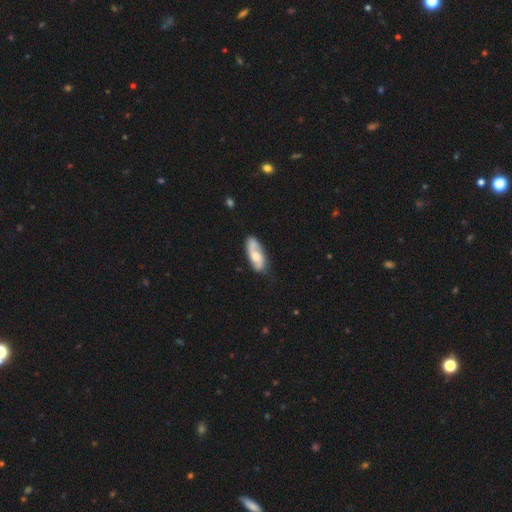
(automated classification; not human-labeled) Q: Smooth or featured?
A: featured or disk (59%); runner-up: smooth (35%)
Q: Edge-on disk?
A: no (89%); runner-up: yes (11%)
Q: Bar?
A: no (59%); runner-up: weak (34%)
Q: Spiral arms?
A: yes (89%); runner-up: no (11%)
Q: Bulge size?
A: moderate (54%); runner-up: small (23%)
Q: Merging?
A: none (71%); runner-up: minor disturbance (20%)